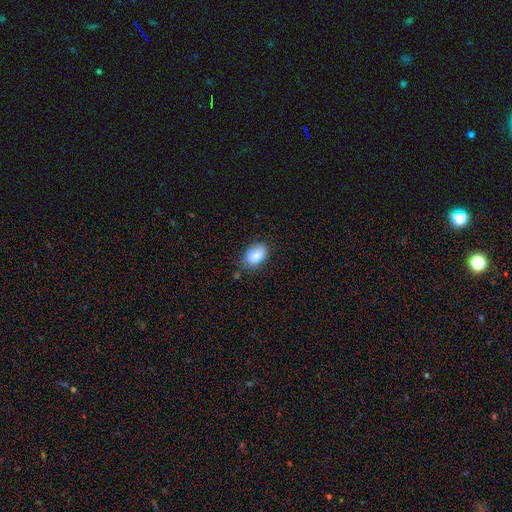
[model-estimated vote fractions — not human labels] Smooth or featured? smooth (85%)
How rounded? in between (88%)
Merging? none (75%)